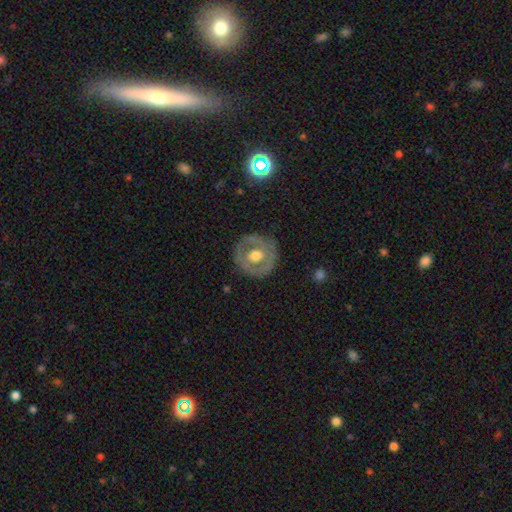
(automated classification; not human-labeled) A featured or disk galaxy (58%) with no bar (75%), no spiral arms (78%) and a moderate central bulge (66%).

Vote fractions:
- Smooth or featured? featured or disk: 58% / smooth: 36% / star or artifact: 6%
- Edge-on disk? no: 95% / yes: 5%
- Bar? no: 75% / weak: 19% / strong: 6%
- Spiral arms? no: 78% / yes: 22%
- Bulge size? moderate: 66% / large: 26% / small: 5% / dominant: 1% / none: 1%
- Merging? none: 81% / minor disturbance: 13% / major disturbance: 5% / merger: 1%